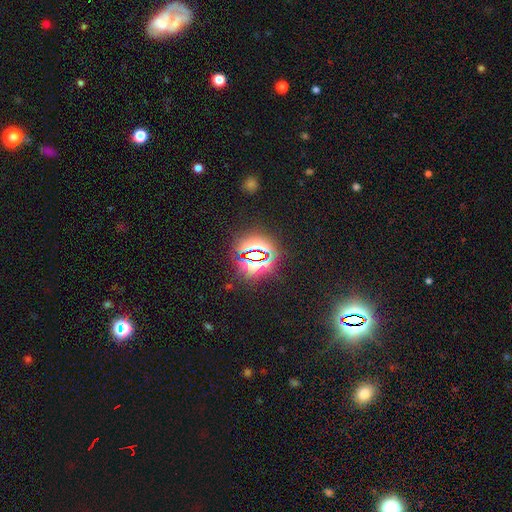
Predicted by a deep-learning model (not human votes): This is likely a star or artifact rather than a galaxy (77%).